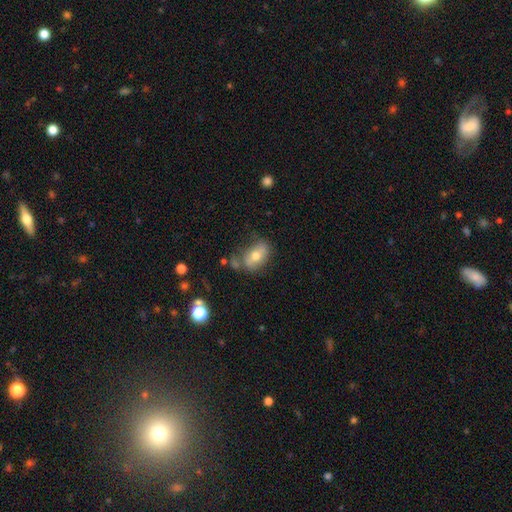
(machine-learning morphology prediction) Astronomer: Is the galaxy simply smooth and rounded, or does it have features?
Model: smooth — 63%.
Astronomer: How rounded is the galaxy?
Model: in between — 84%.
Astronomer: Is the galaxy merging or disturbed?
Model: none — 59%.